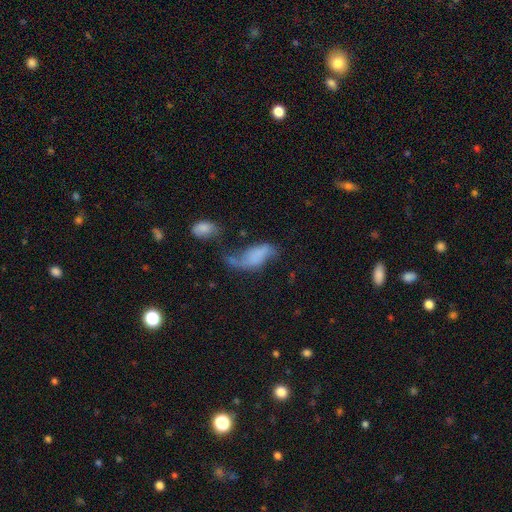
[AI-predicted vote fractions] A smooth galaxy with no disk features (46%). Merging: none (31%).